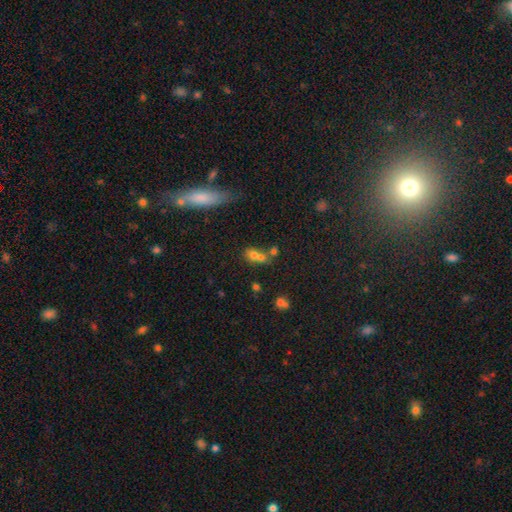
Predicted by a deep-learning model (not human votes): Overall: smooth (64%). How rounded: round (50%; in between 46%). Merging: merger (57%; none 29%).